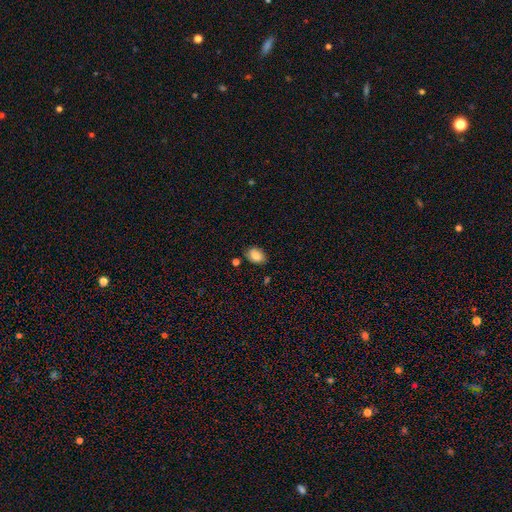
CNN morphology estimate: This appears to be a smooth galaxy with no disk features (83%) that is in between round and cigar-shaped (79%). Merging: none (78%).